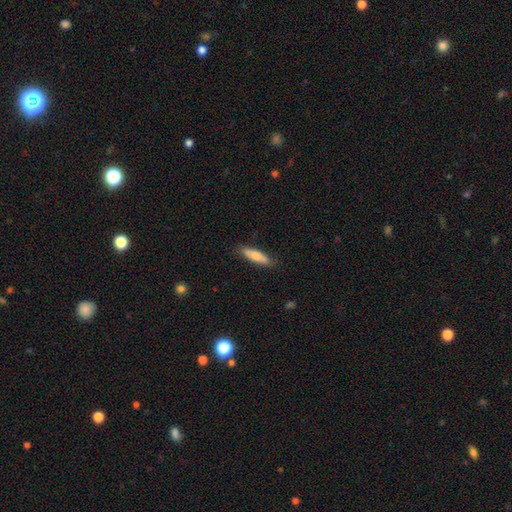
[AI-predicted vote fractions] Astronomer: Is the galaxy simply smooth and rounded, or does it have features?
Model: smooth — 73%.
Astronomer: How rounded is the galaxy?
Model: cigar-shaped — 70%.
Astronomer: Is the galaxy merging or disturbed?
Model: none — 85%.